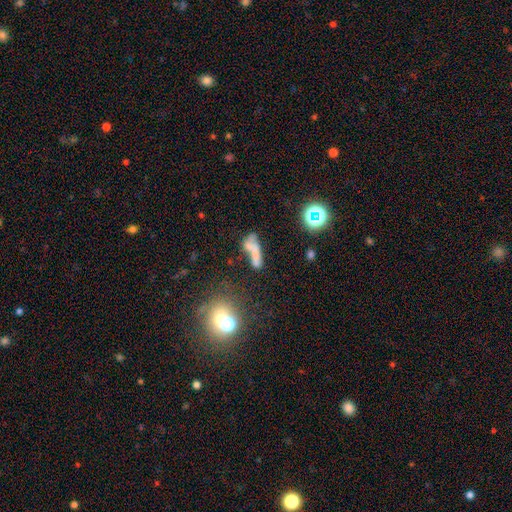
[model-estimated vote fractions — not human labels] Smooth or featured? Predicted: smooth (p=0.52). How rounded? Predicted: cigar-shaped (p=0.50). Merging? Predicted: merger (p=0.40).